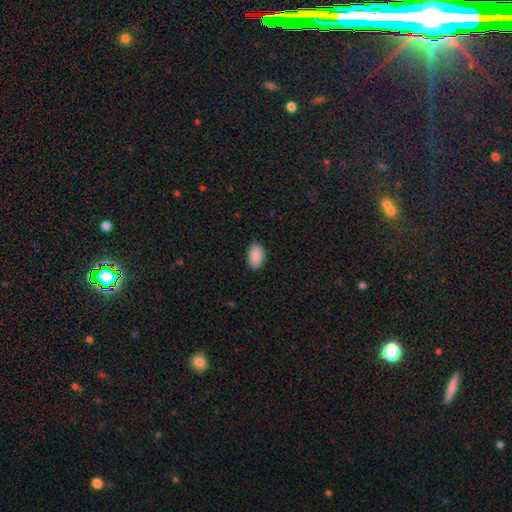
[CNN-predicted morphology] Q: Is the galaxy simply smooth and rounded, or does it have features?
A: smooth — 91%.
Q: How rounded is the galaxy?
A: in between — 95%.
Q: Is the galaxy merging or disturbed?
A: none — 88%.